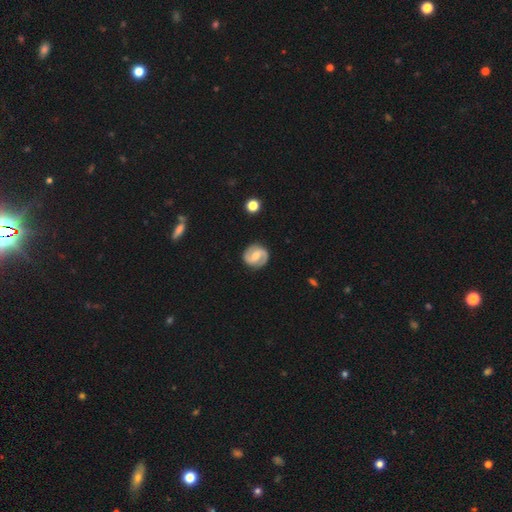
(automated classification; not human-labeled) A featured or disk galaxy (82%) with a weak bar (47%), 2 (93%) medium (49%) spiral arms (94%) and a moderate central bulge (59%). Merging: none (88%).